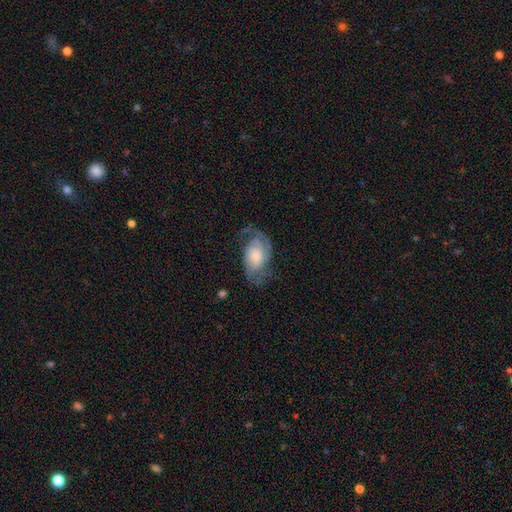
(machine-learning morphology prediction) Smooth or featured: featured or disk — 76% (smooth — 18%)
Edge-on disk: no — 96% (yes — 4%)
Bar: no — 67% (weak — 28%)
Spiral arms: yes — 92% (no — 8%)
Spiral winding: medium — 43% (tight — 31%)
Spiral arm count: 2 — 67% (can't tell — 14%)
Bulge size: small — 47% (moderate — 38%)
Merging: none — 57% (minor disturbance — 21%)